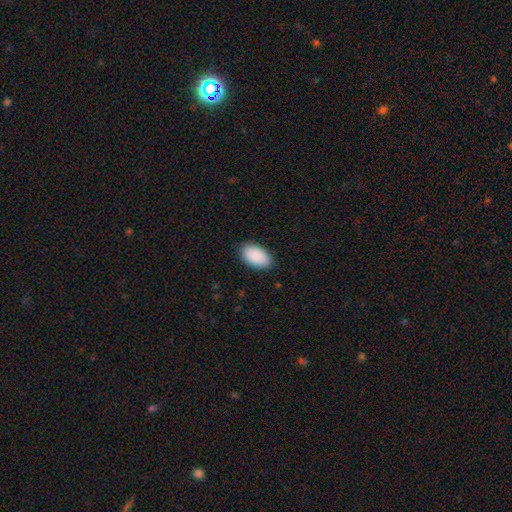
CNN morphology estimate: Smooth or featured? smooth (91%)
How rounded? in between (95%)
Merging? none (86%)